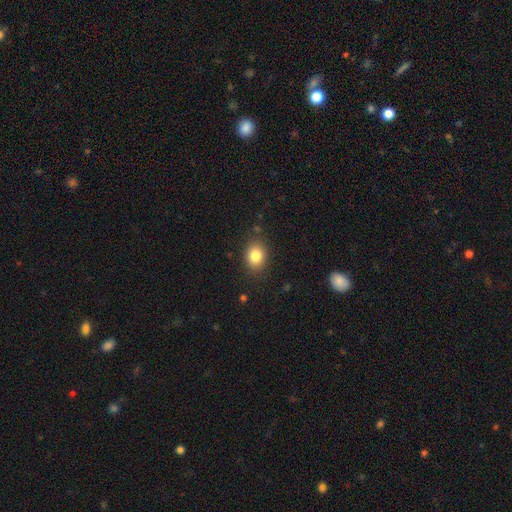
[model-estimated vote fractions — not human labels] A smooth galaxy with no disk features (83%) that is in between round and cigar-shaped (52%).

Vote fractions:
- Smooth or featured? smooth: 83% / star or artifact: 10% / featured or disk: 7%
- How rounded? in between: 52% / round: 47% / cigar-shaped: 1%
- Merging? none: 85% / minor disturbance: 10% / major disturbance: 3% / merger: 1%